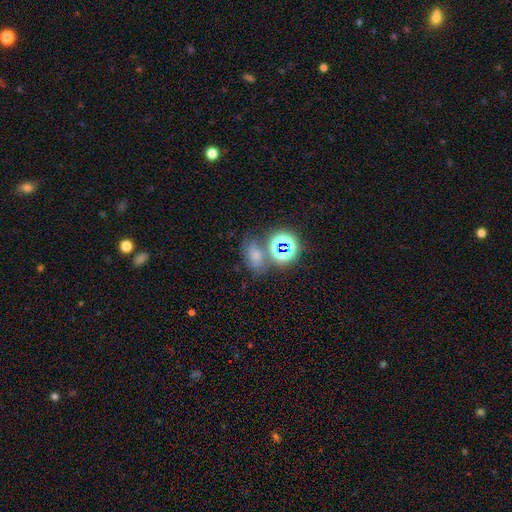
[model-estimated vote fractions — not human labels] Morphology: type=smooth (49%); merging=none (53%).